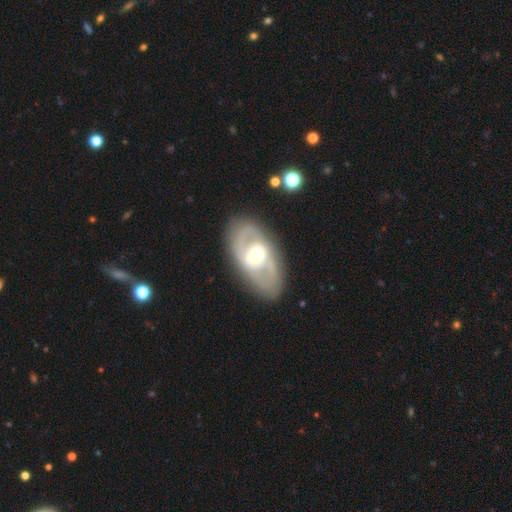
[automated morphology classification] smooth_or_featured: featured or disk (p=0.74) [alt: smooth p=0.21]
disk_edge_on: no (p=0.92) [alt: yes p=0.08]
bar: no (p=0.40) [alt: weak p=0.39]
has_spiral_arms: yes (p=0.64) [alt: no p=0.36]
bulge_size: moderate (p=0.64) [alt: small p=0.20]
merging: none (p=0.83) [alt: minor disturbance p=0.11]